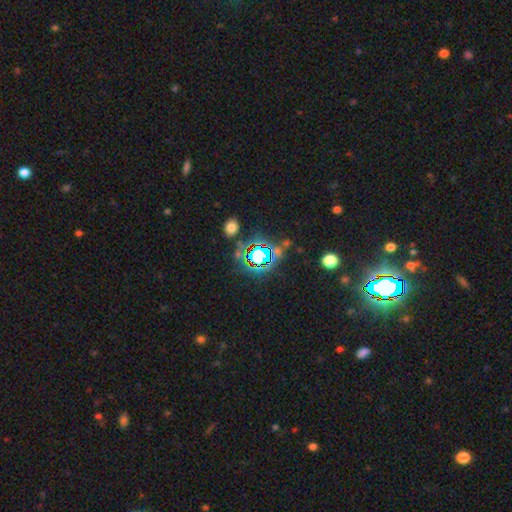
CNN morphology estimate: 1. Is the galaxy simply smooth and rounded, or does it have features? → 70% star or artifact, 19% smooth, 11% featured or disk.